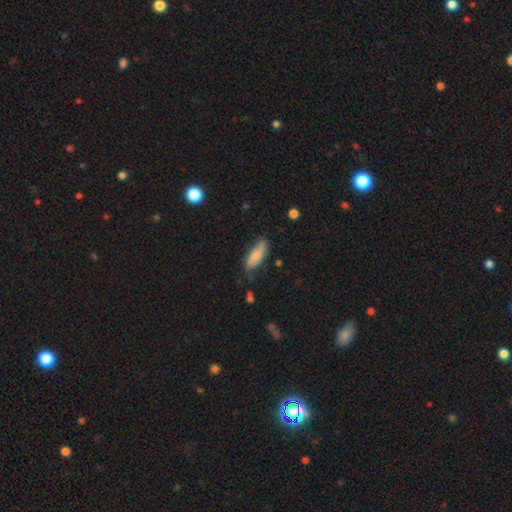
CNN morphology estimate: Smooth or featured?
  - smooth: 71% *
  - featured or disk: 23%
  - star or artifact: 6%
How rounded?
  - in between: 75% *
  - cigar-shaped: 23%
  - round: 2%
Merging?
  - none: 67% *
  - minor disturbance: 26%
  - major disturbance: 5%
  - merger: 2%